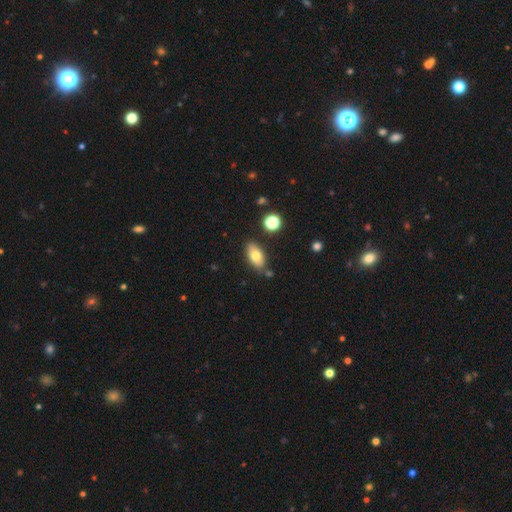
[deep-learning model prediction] Smooth or featured?
  - smooth: 76% *
  - featured or disk: 16%
  - star or artifact: 8%
How rounded?
  - in between: 89% *
  - cigar-shaped: 6%
  - round: 5%
Merging?
  - none: 79% *
  - minor disturbance: 13%
  - merger: 5%
  - major disturbance: 3%